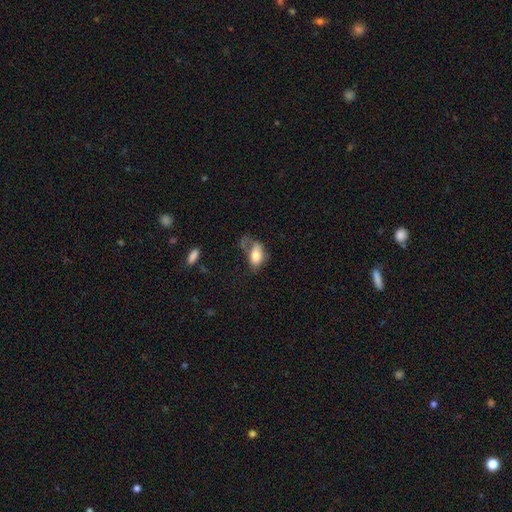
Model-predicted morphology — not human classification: A smooth galaxy with no disk features (75%) that is in between round and cigar-shaped (89%). Merging: major disturbance (42%).